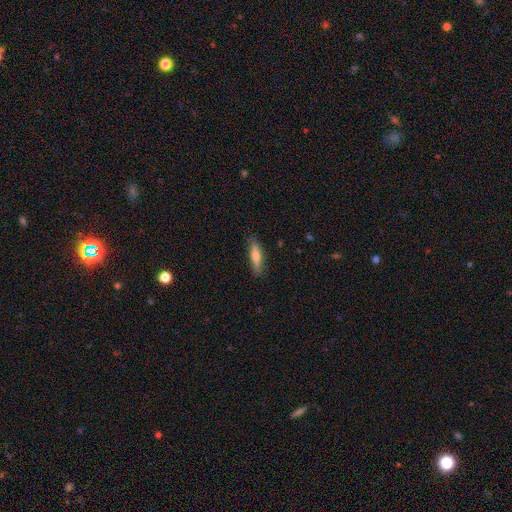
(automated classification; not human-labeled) smooth-or-featured: smooth: 56% | featured or disk: 38% | star or artifact: 6%
  how-rounded: cigar-shaped: 72% | in between: 26% | round: 2%
  merging: none: 84% | minor disturbance: 13% | major disturbance: 2% | merger: 1%